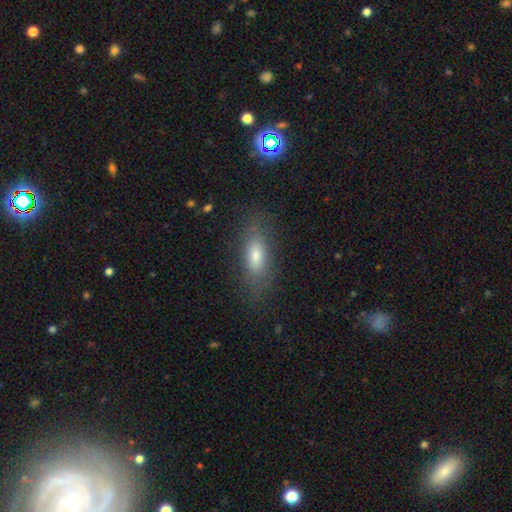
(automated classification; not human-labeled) A smooth galaxy with no disk features (71%) that is in between round and cigar-shaped (67%). Merging: none (80%).